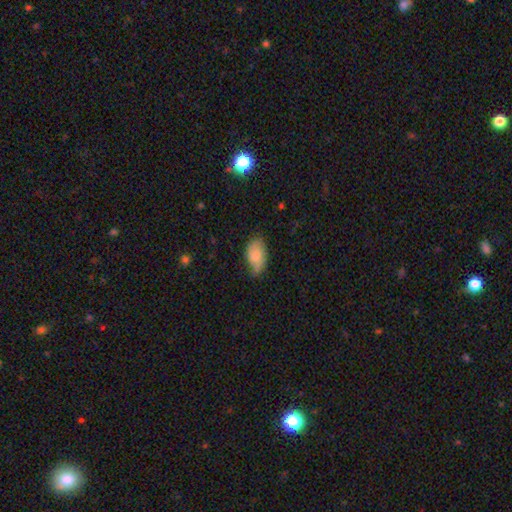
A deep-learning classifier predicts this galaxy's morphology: type=smooth (73%); roundness=in between (94%); merging=none (55%).